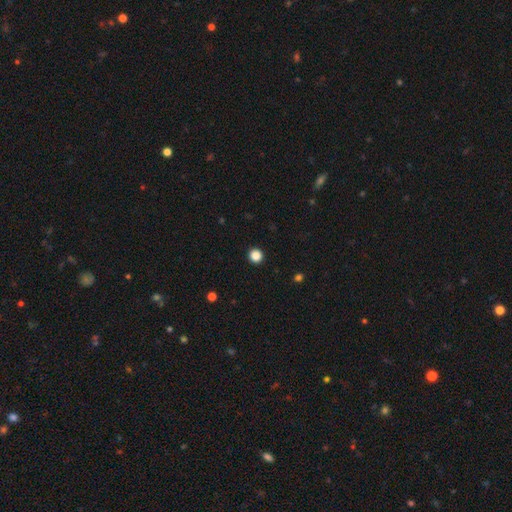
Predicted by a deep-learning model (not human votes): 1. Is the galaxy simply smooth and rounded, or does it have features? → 87% smooth, 11% star or artifact, 3% featured or disk.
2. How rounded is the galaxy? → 94% round, 5% in between, 1% cigar-shaped.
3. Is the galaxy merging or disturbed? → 94% none, 4% minor disturbance, 1% major disturbance, 1% merger.